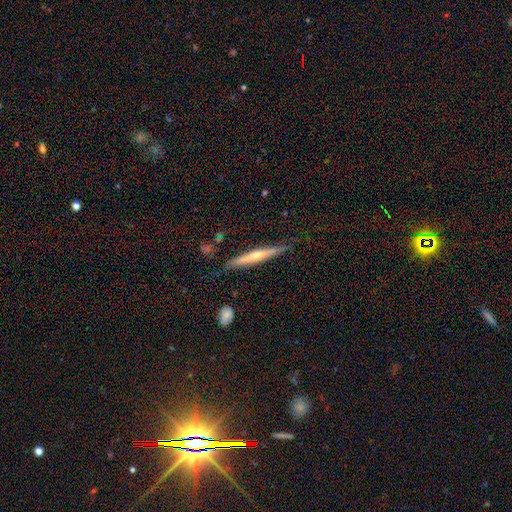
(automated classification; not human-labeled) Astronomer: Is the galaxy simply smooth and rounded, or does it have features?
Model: featured or disk — 62%.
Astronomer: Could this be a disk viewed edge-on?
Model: yes — 96%.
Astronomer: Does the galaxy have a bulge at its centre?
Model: rounded — 73%.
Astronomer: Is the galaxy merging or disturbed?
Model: none — 83%.